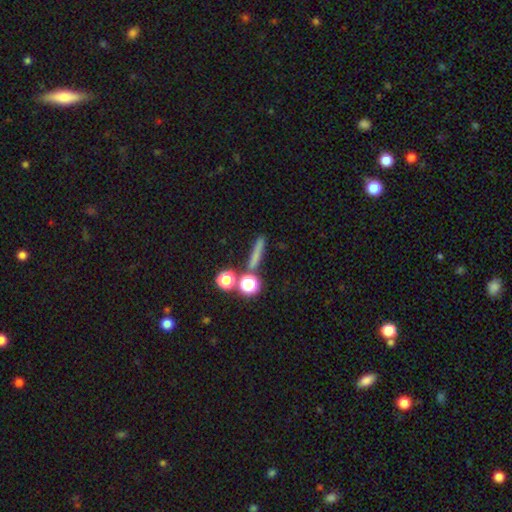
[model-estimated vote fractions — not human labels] This appears to be a smooth galaxy with no disk features (64%) that is cigar-shaped (67%). Merging: none (73%).